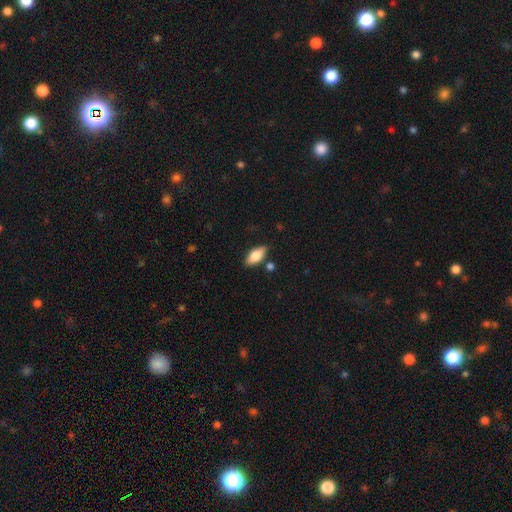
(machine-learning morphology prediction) smooth_or_featured: smooth (p=0.75) [alt: featured or disk p=0.19]
how_rounded: in between (p=0.84) [alt: cigar-shaped p=0.13]
merging: none (p=0.81) [alt: minor disturbance p=0.12]